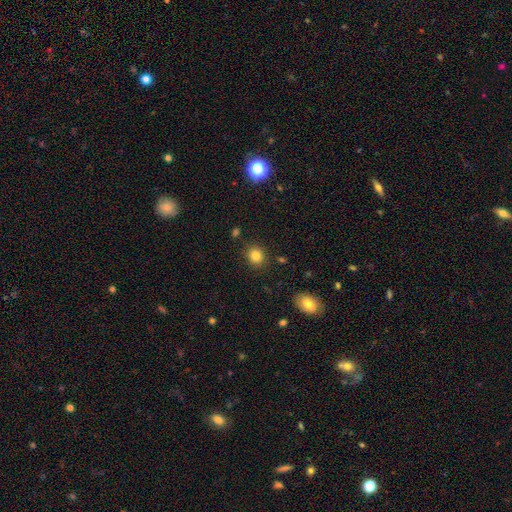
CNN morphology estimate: smooth-or-featured: smooth: 82% | star or artifact: 11% | featured or disk: 6%
  how-rounded: round: 75% | in between: 24% | cigar-shaped: 1%
  merging: none: 87% | minor disturbance: 8% | major disturbance: 3% | merger: 2%